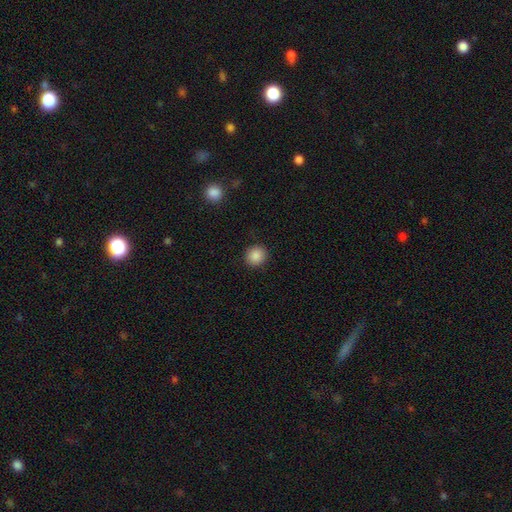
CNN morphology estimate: This appears to be a smooth galaxy with no disk features (87%) that is round (88%). Merging: none (91%).